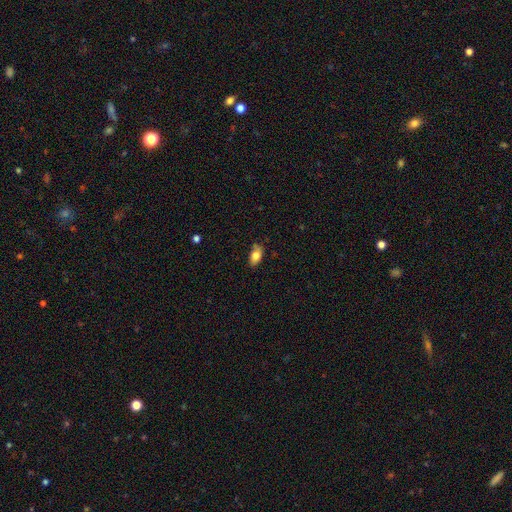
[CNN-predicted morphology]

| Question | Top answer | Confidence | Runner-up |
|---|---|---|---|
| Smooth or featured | smooth | 80% | featured or disk (13%) |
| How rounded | in between | 90% | round (6%) |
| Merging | none | 73% | minor disturbance (21%) |